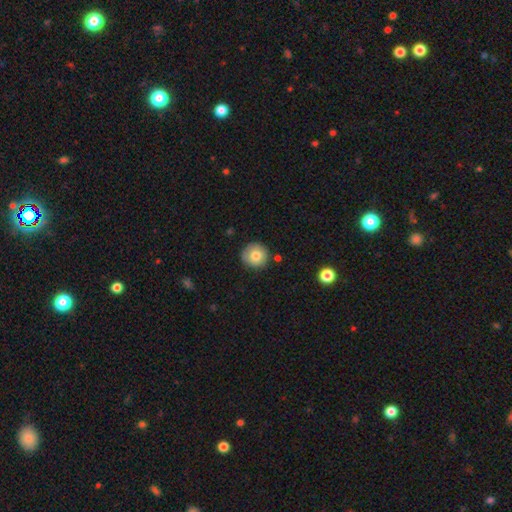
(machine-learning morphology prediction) Smooth or featured: smooth — 79% (featured or disk — 12%)
How rounded: round — 94% (in between — 5%)
Merging: none — 84% (minor disturbance — 11%)